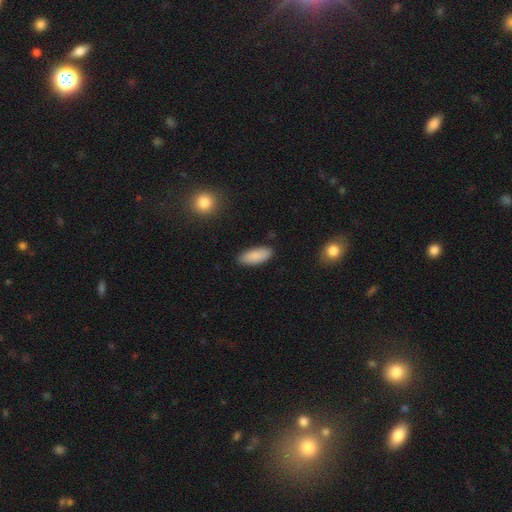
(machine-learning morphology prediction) A smooth galaxy with no disk features (87%) that is in between round and cigar-shaped (84%). Merging: none (86%).